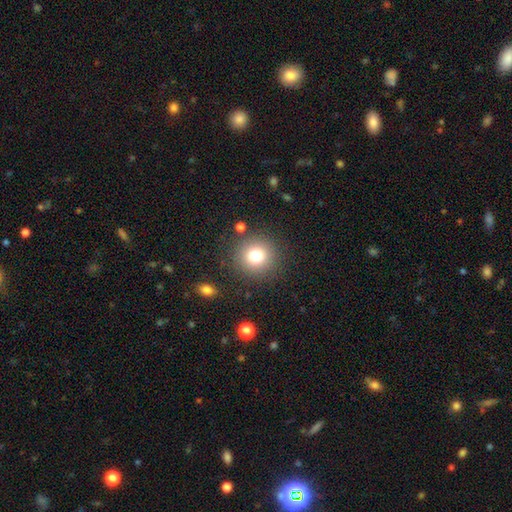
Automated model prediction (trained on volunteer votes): smooth 78%, star or artifact 13%, featured or disk 9%. Down the decision tree: how rounded — round (92%); merging — none (87%).